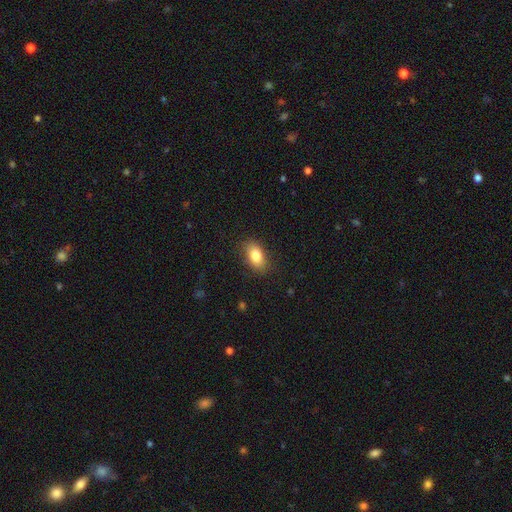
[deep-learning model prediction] A smooth galaxy with no disk features (82%) that is in between round and cigar-shaped (88%). Merging: none (84%).